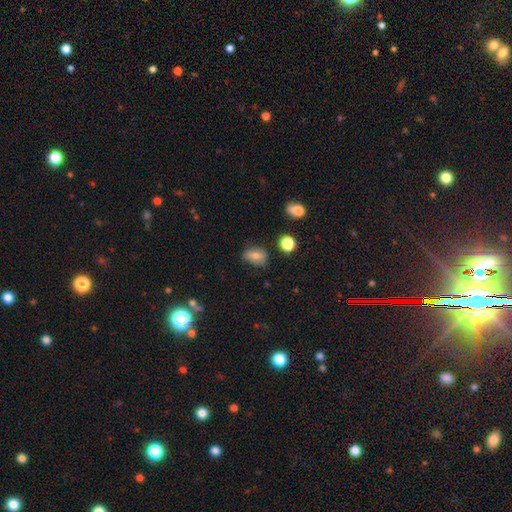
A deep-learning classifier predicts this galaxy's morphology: This appears to be a smooth galaxy with no disk features (73%) that is in between round and cigar-shaped (73%). Merging: none (63%).